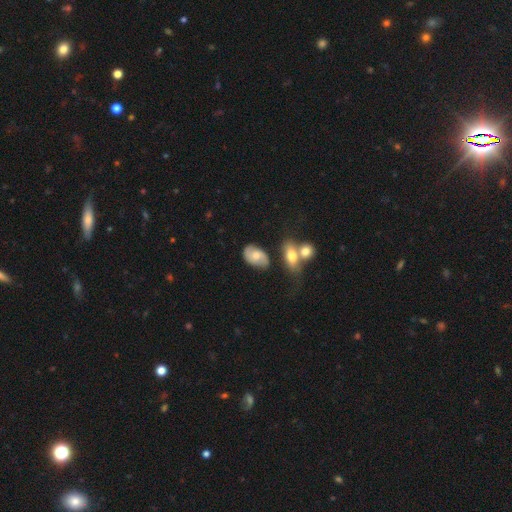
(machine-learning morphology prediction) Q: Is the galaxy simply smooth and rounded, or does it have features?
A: smooth — 47%.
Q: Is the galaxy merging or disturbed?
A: none — 63%.